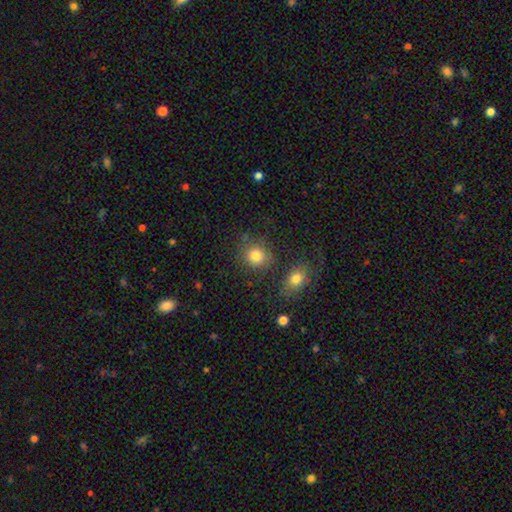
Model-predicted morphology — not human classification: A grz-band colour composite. It shows a smooth galaxy with no disk features (81%) that is round (78%). Merging: none (75%).